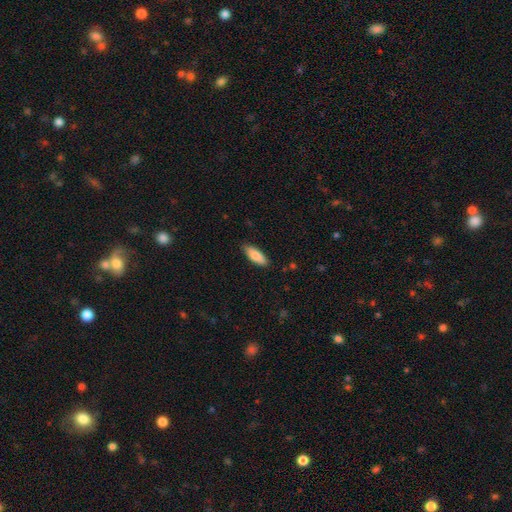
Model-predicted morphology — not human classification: This is clearly a smooth galaxy (83%). How rounded: likely in between (68%). Merging: clearly none (86%).